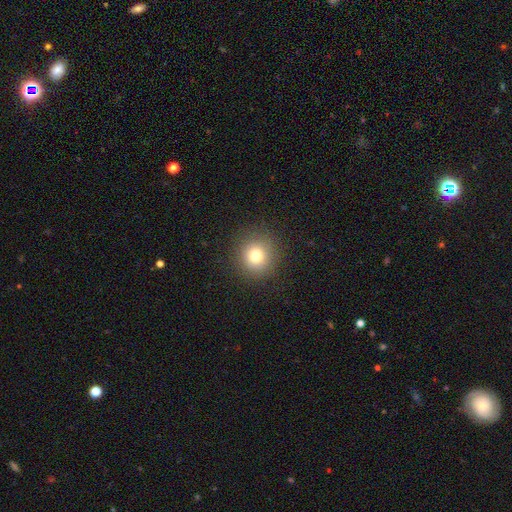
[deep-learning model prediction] This is likely a smooth galaxy (76%). How rounded: clearly round (92%). Merging: clearly none (89%).